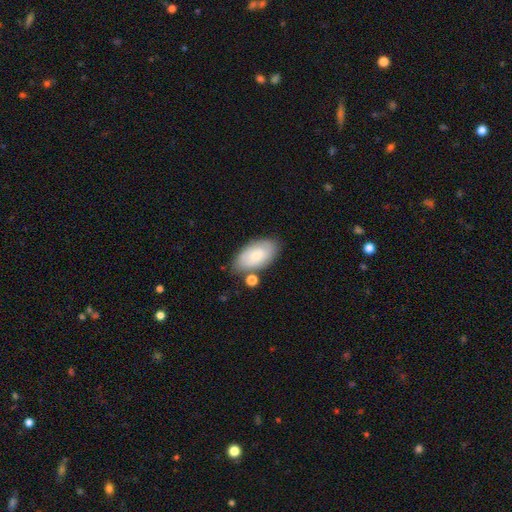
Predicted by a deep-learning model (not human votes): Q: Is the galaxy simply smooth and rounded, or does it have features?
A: smooth — 74%.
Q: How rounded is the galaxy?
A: in between — 94%.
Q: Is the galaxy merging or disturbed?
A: none — 69%.